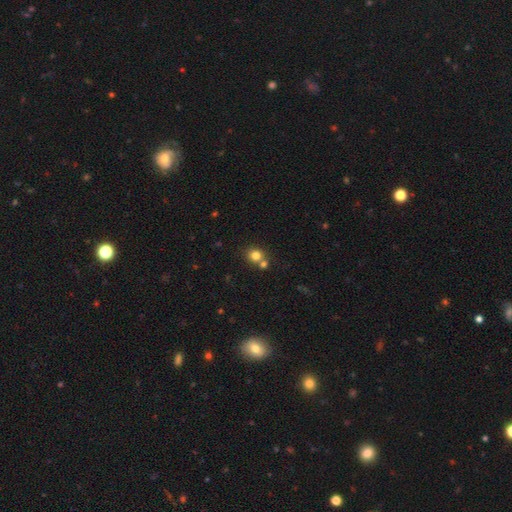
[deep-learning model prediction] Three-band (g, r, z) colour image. It shows a smooth galaxy with no disk features (79%) that is round (84%). Merging: none (61%).